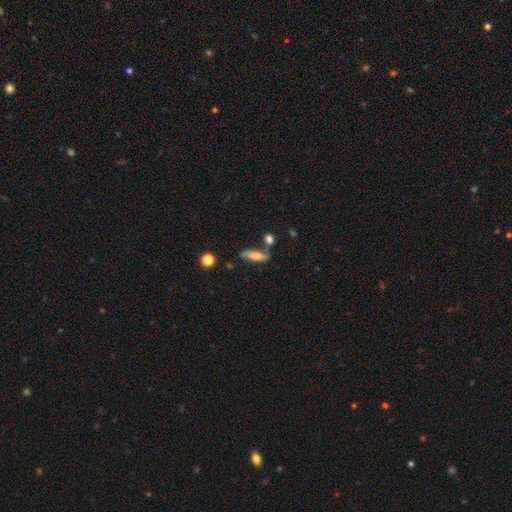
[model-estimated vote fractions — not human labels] smooth_or_featured: smooth (p=0.70) [alt: featured or disk p=0.22]
how_rounded: cigar-shaped (p=0.57) [alt: in between p=0.40]
merging: none (p=0.59) [alt: minor disturbance p=0.20]